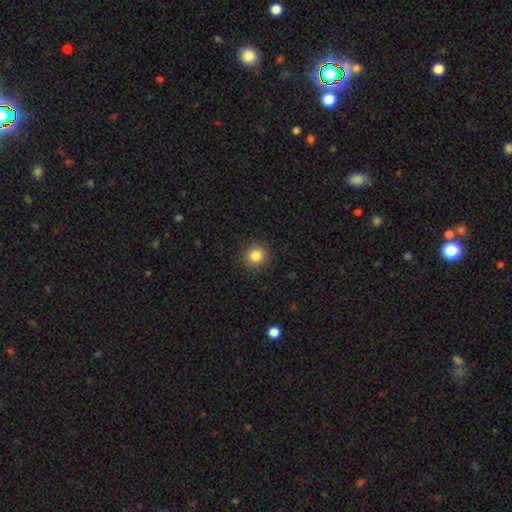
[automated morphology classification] Overall: smooth (84%). How rounded: round (92%). Merging: none (91%).